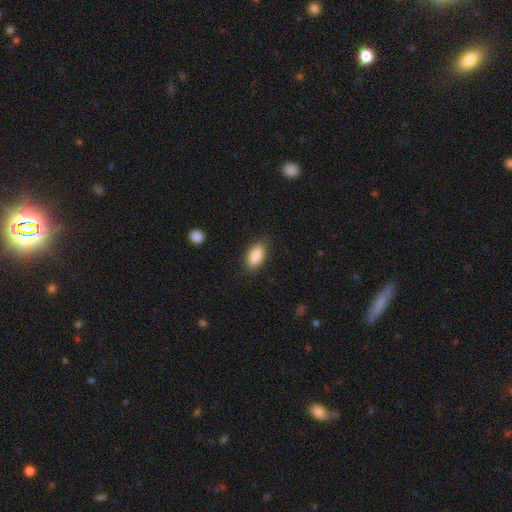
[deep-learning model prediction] Smooth or featured: smooth — 87% (star or artifact — 7%)
How rounded: in between — 90% (cigar-shaped — 7%)
Merging: none — 78% (minor disturbance — 17%)